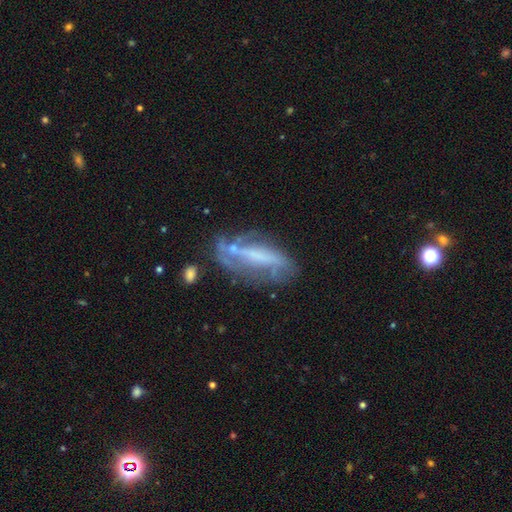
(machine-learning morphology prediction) Smooth or featured? featured or disk (65%)
Edge-on disk? no (75%)
Merging? none (50%)